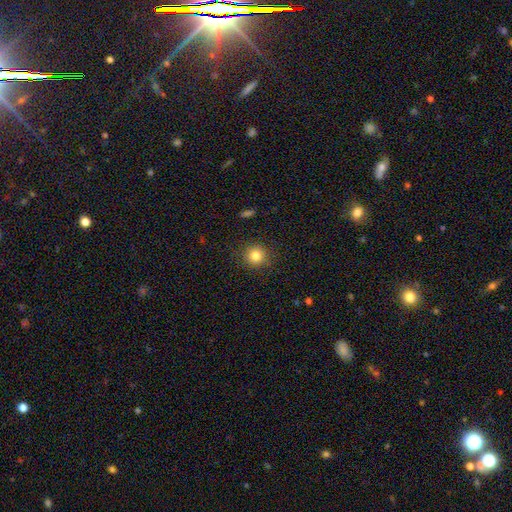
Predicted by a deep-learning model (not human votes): Overall: smooth (82%). How rounded: round (93%). Merging: none (90%).